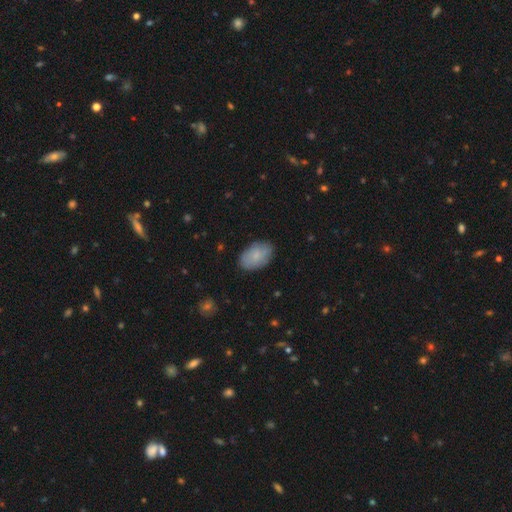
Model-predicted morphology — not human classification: smooth_or_featured: smooth (p=0.78) [alt: featured or disk p=0.15]
how_rounded: in between (p=0.92) [alt: round p=0.07]
merging: none (p=0.82) [alt: minor disturbance p=0.14]